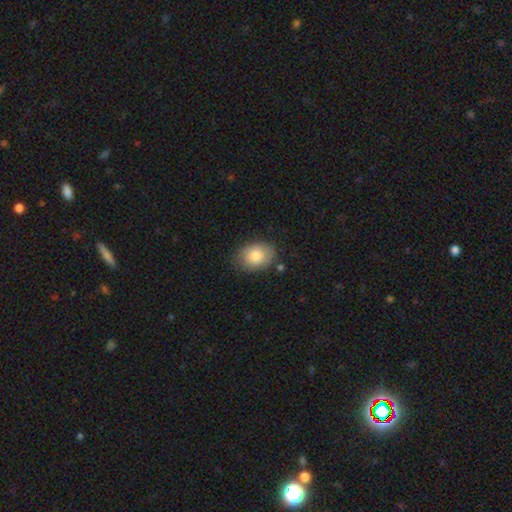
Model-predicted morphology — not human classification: smooth 81%, featured or disk 12%, star or artifact 7%. Down the decision tree: how rounded — in between (71%); merging — none (78%).